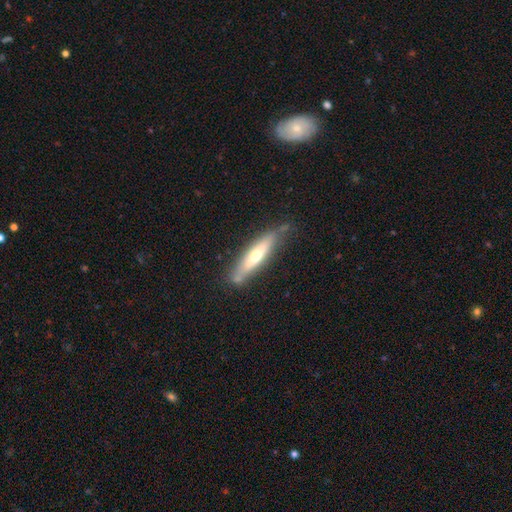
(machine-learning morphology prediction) This is possibly a featured or disk galaxy (49%). Merging: likely none (74%).